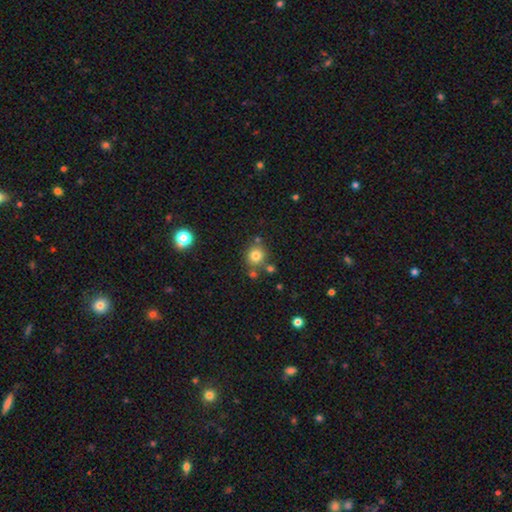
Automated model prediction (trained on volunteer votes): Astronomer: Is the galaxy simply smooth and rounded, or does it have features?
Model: smooth — 79%.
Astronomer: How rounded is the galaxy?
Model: round — 87%.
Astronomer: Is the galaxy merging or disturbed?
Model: none — 73%.